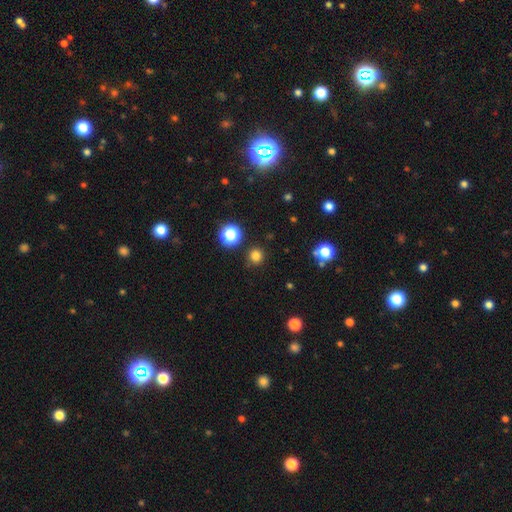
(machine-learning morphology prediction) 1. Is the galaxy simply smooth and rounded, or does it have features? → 79% smooth, 17% star or artifact, 4% featured or disk.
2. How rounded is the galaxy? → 93% round, 6% in between, 1% cigar-shaped.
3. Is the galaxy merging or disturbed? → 89% none, 6% minor disturbance, 2% major disturbance, 2% merger.